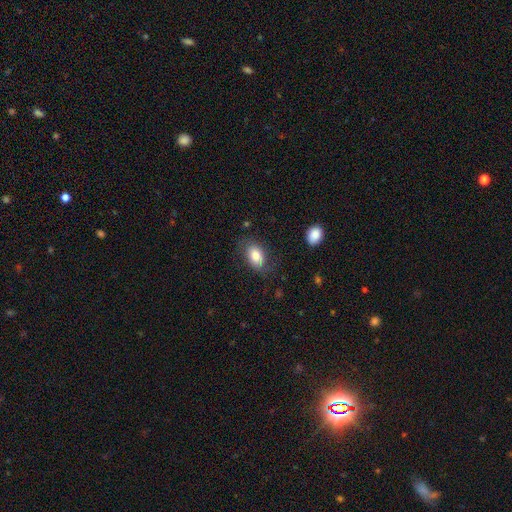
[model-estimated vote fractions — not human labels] A smooth galaxy with no disk features (80%) that is in between round and cigar-shaped (87%). Merging: none (70%).